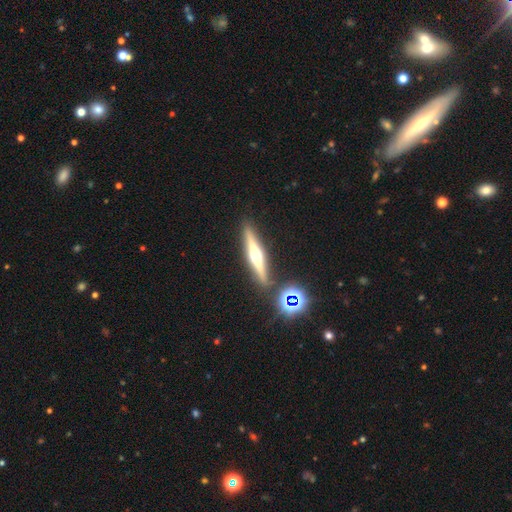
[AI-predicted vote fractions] featured or disk 69%, smooth 23%, star or artifact 8%. Down the decision tree: edge-on disk — yes (97%); edge-on bulge — rounded (93%); merging — none (84%).